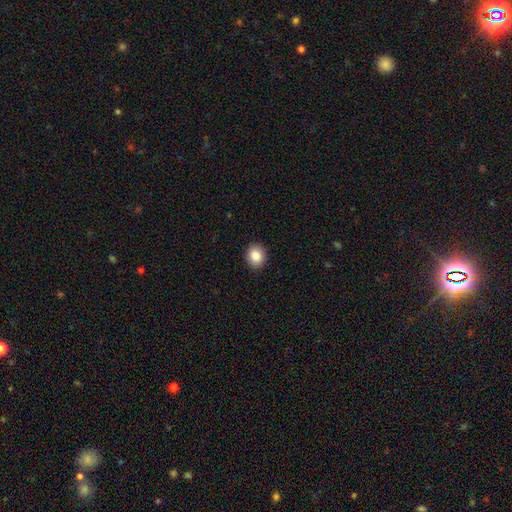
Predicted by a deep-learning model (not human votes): The model was most divided on "how rounded": round: 67%, in between: 32%, cigar-shaped: 1%. More confident: merging — none (91%); smooth or featured — smooth (86%).